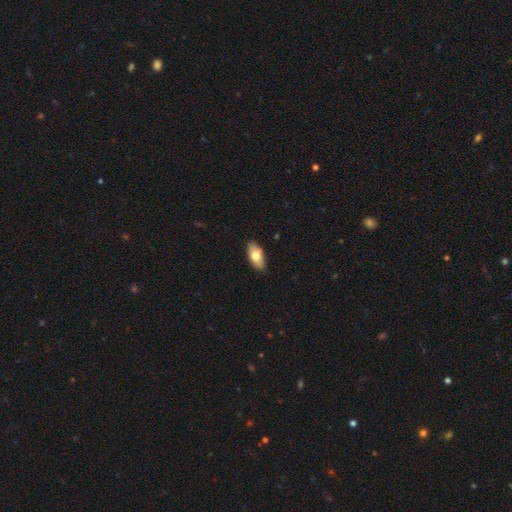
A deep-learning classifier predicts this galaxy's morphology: Smooth or featured: smooth — 72% (featured or disk — 21%)
How rounded: in between — 90% (cigar-shaped — 7%)
Merging: none — 88% (minor disturbance — 9%)